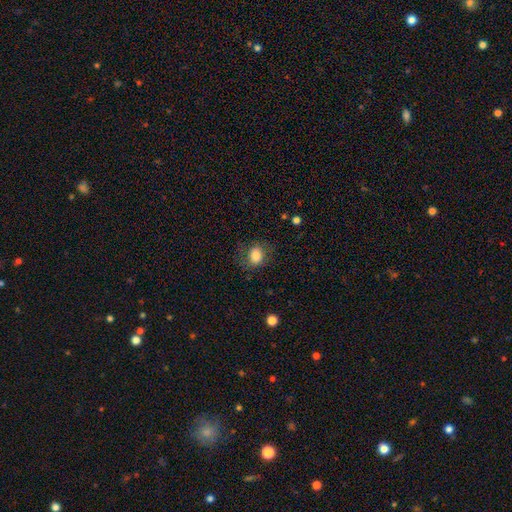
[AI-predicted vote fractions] This is clearly a smooth galaxy (81%). How rounded: possibly in between (50%). Merging: likely none (70%).